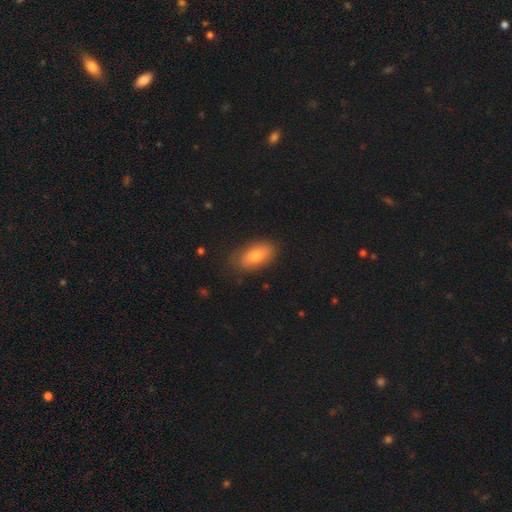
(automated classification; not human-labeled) Q: Smooth or featured?
A: smooth (72%); runner-up: featured or disk (20%)
Q: How rounded?
A: in between (90%); runner-up: cigar-shaped (6%)
Q: Merging?
A: none (80%); runner-up: minor disturbance (15%)